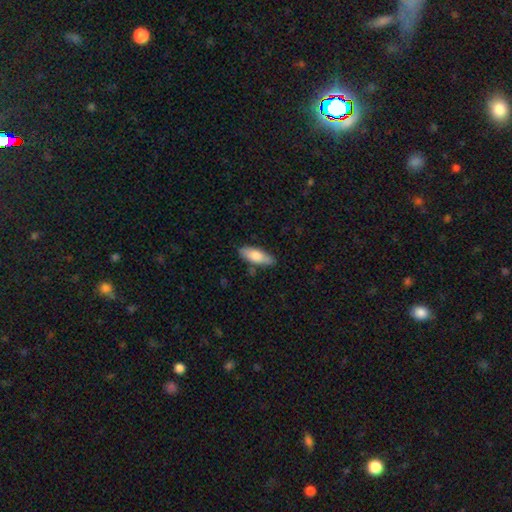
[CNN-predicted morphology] Overall: smooth (75%). How rounded: in between (67%; cigar-shaped 31%). Merging: none (82%).